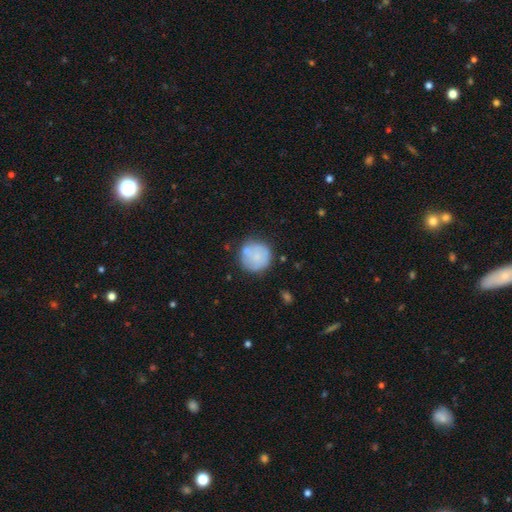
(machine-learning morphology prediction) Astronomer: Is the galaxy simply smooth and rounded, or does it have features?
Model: smooth — 64%.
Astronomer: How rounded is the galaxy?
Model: round — 93%.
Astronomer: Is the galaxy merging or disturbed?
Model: none — 67%.